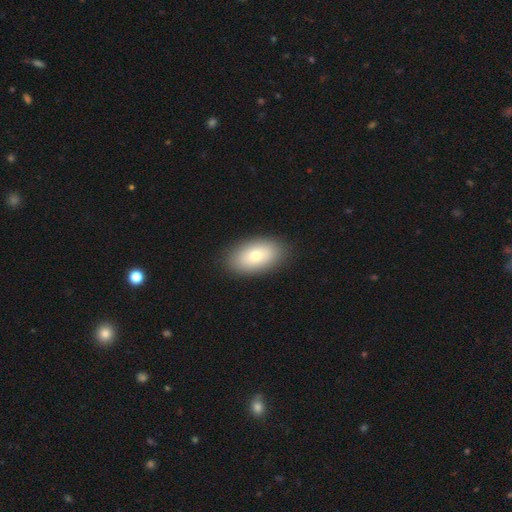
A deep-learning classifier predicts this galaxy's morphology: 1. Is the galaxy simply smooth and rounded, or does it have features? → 73% smooth, 18% featured or disk, 8% star or artifact.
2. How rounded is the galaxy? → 91% in between, 7% round, 2% cigar-shaped.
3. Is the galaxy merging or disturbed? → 89% none, 8% minor disturbance, 2% major disturbance, 1% merger.